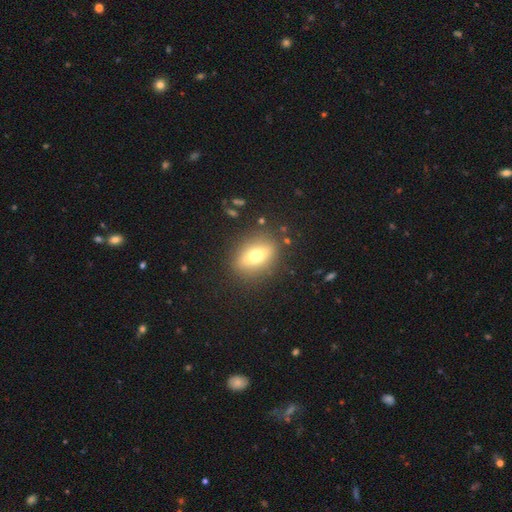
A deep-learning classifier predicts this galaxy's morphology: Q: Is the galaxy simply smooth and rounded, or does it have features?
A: smooth — 63%.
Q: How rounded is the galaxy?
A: in between — 67%.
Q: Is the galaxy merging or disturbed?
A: none — 85%.